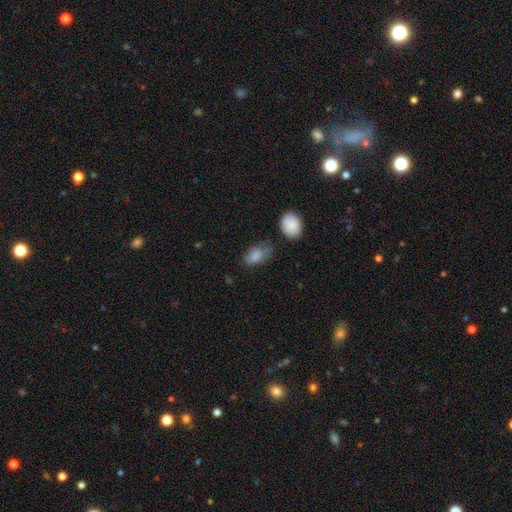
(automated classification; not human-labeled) Smooth or featured? Predicted: smooth (p=0.82). How rounded? Predicted: in between (p=0.89). Merging? Predicted: none (p=0.49).